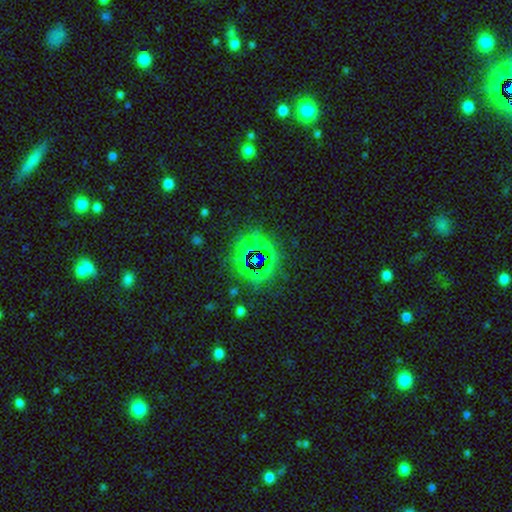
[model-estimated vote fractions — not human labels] star or artifact 71%, smooth 19%, featured or disk 10%.